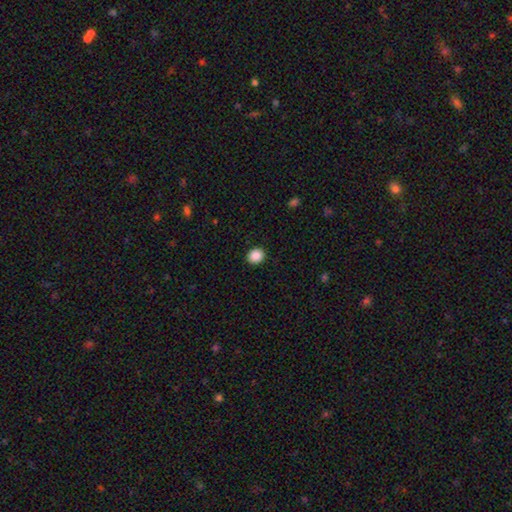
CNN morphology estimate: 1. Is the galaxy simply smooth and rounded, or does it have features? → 88% smooth, 9% star or artifact, 3% featured or disk.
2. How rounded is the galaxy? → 71% round, 28% in between, 1% cigar-shaped.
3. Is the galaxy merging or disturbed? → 92% none, 5% minor disturbance, 2% major disturbance, 1% merger.